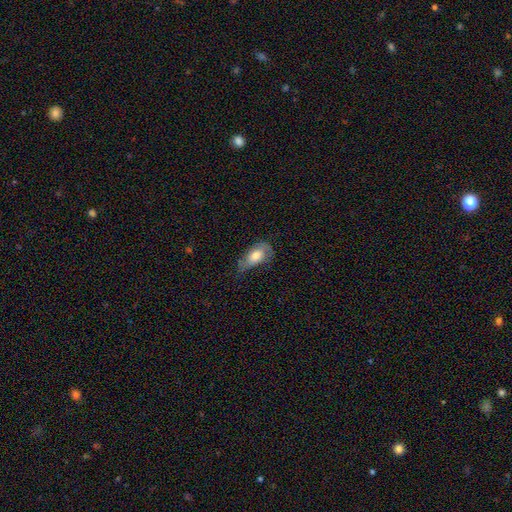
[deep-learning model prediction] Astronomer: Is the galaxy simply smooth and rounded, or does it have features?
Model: smooth — 62%.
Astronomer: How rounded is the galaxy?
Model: in between — 88%.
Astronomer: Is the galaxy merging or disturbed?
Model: minor disturbance — 39% (runner-up: none, 38%).